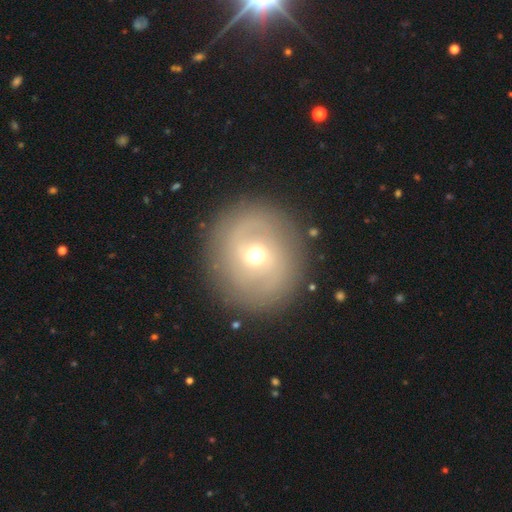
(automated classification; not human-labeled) Smooth or featured? featured or disk (58%)
Edge-on disk? no (96%)
Bar? no (56%)
Spiral arms? yes (68%)
Bulge size? moderate (60%)
Merging? none (86%)